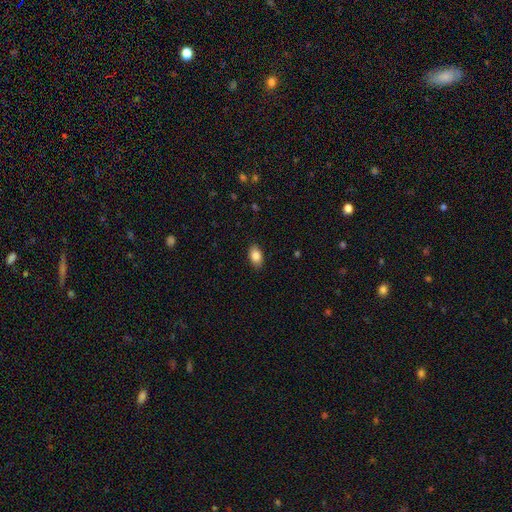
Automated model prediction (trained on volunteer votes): smooth 87%, star or artifact 8%, featured or disk 6%. Down the decision tree: how rounded — in between (89%); merging — none (88%).